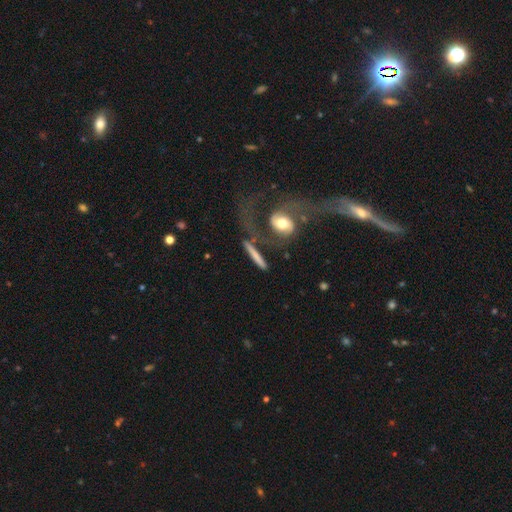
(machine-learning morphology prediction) type=smooth (55%); roundness=cigar-shaped (82%); merging=none (57%).